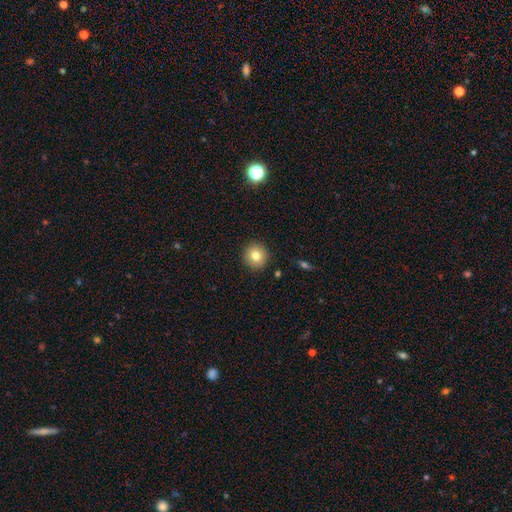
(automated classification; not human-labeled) smooth_or_featured: smooth (p=0.80) [alt: star or artifact p=0.10]
how_rounded: round (p=0.93) [alt: in between p=0.06]
merging: none (p=0.91) [alt: minor disturbance p=0.06]